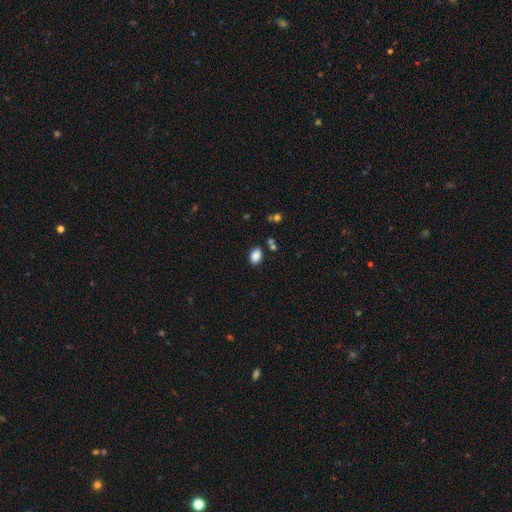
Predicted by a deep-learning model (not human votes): Smooth or featured: smooth — 87% (star or artifact — 10%)
How rounded: in between — 79% (round — 20%)
Merging: none — 79% (minor disturbance — 12%)